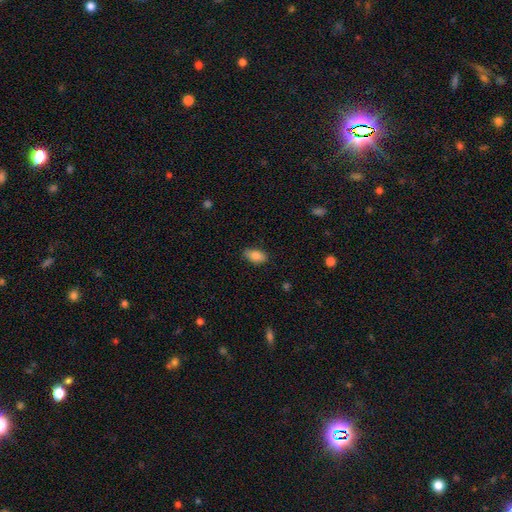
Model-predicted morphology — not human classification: A smooth galaxy with no disk features (86%) that is in between round and cigar-shaped (92%). Merging: none (83%).